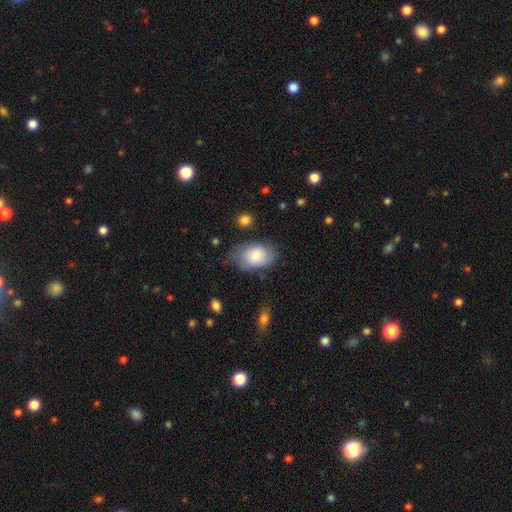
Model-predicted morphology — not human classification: smooth_or_featured: smooth (p=0.82) [alt: featured or disk p=0.12]
how_rounded: in between (p=0.91) [alt: round p=0.08]
merging: none (p=0.60) [alt: minor disturbance p=0.29]